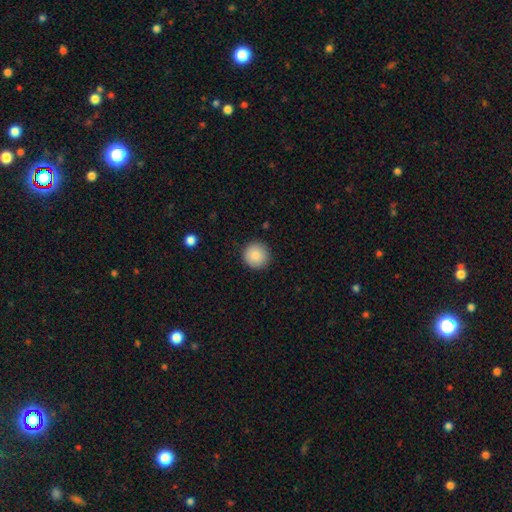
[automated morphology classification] The model was most divided on "smooth or featured": smooth: 87%, star or artifact: 8%, featured or disk: 5%. More confident: how rounded — round (95%); merging — none (92%).